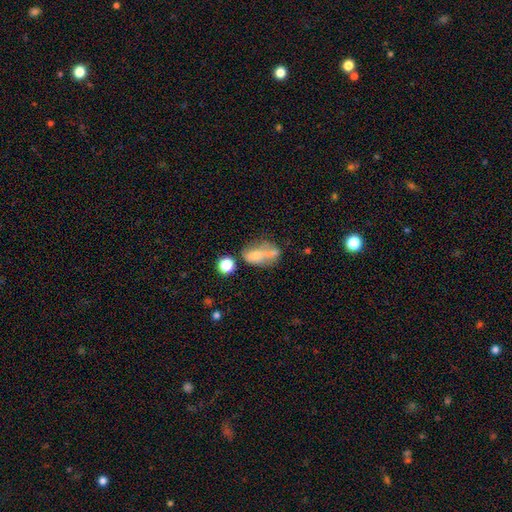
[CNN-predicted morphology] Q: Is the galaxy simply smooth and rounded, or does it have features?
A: smooth — 52%.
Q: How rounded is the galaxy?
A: in between — 71%.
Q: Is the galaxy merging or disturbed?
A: none — 33%.